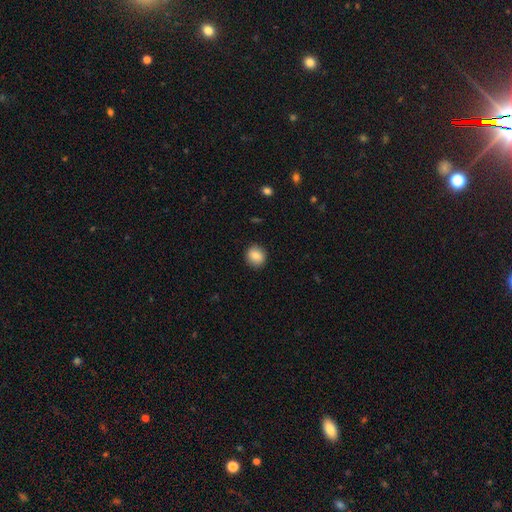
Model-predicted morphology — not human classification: A smooth galaxy with no disk features (84%) that is round (84%). Merging: none (90%).